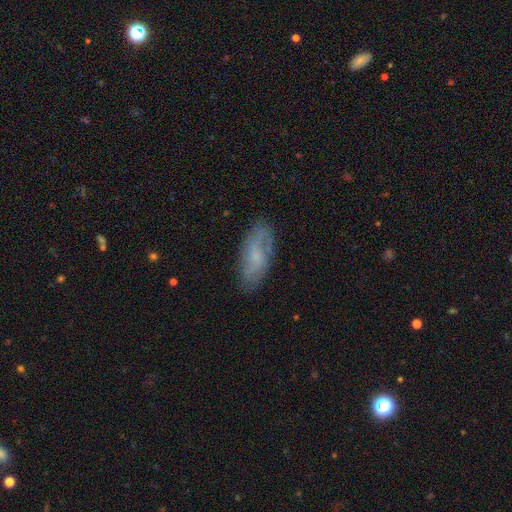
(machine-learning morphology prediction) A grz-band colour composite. It shows a featured or disk galaxy (51%). Merging: none (76%).